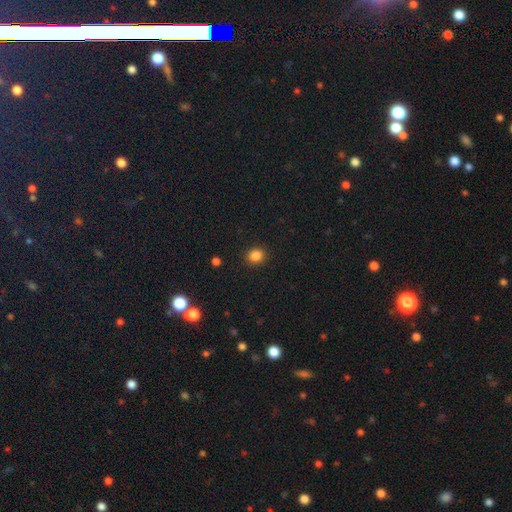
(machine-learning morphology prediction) smooth 85%, star or artifact 12%, featured or disk 4%. Down the decision tree: how rounded — round (80%); merging — none (91%).